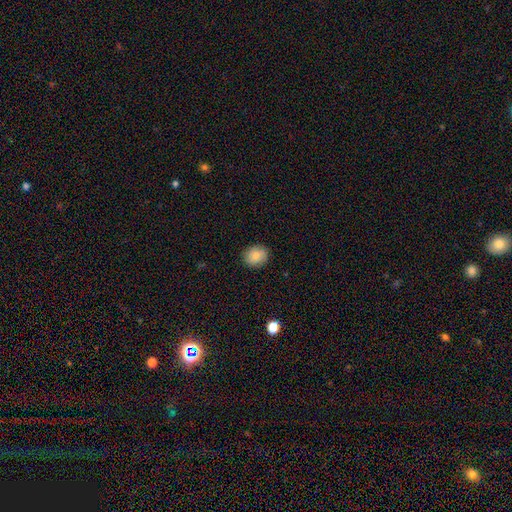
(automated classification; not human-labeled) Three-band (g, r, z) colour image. It shows a smooth galaxy with no disk features (84%) that is round (64%). Merging: none (87%).